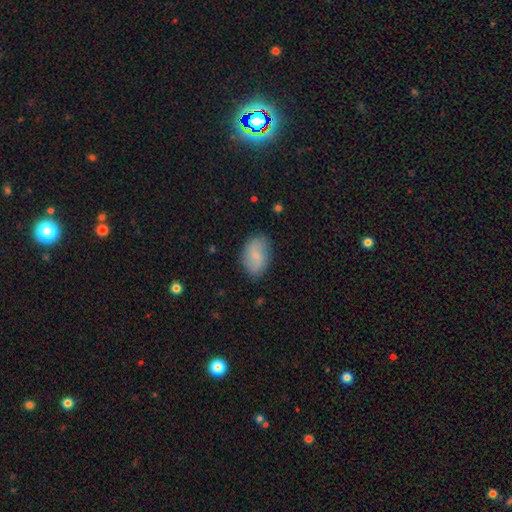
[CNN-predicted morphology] A smooth galaxy with no disk features (70%) that is in between round and cigar-shaped (87%).

Vote fractions:
- Smooth or featured? smooth: 70% / featured or disk: 23% / star or artifact: 7%
- How rounded? in between: 87% / round: 11% / cigar-shaped: 2%
- Merging? none: 79% / minor disturbance: 15% / major disturbance: 4% / merger: 1%